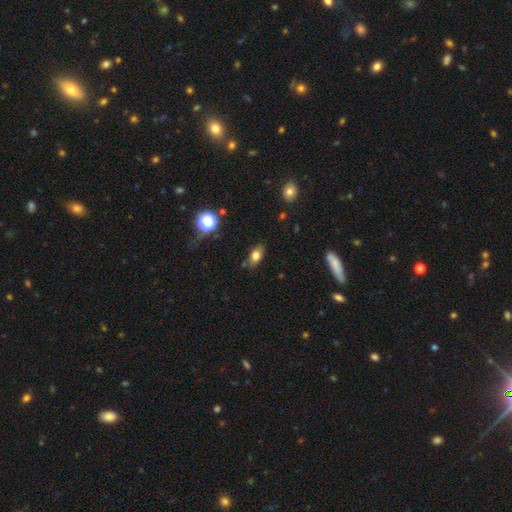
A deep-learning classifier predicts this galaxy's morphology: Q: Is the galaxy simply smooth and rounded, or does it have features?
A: smooth — 76%.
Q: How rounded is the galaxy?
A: in between — 83%.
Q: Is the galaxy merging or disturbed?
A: none — 77%.